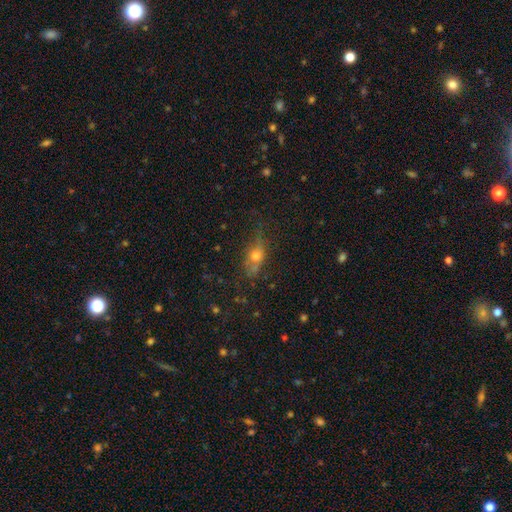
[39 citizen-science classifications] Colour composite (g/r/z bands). It shows a smooth galaxy with no disk features (59%) that is in between round and cigar-shaped (48%). Merging: none (54%).